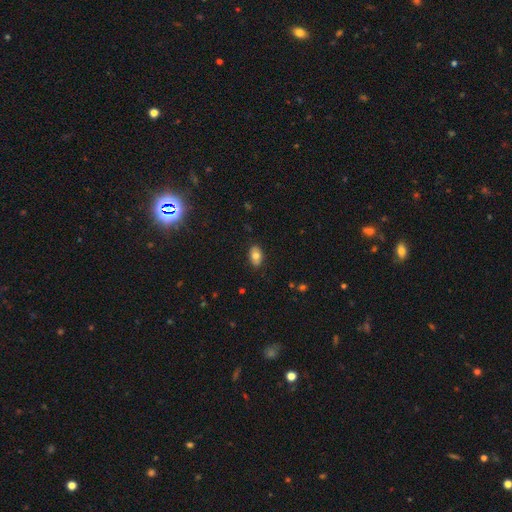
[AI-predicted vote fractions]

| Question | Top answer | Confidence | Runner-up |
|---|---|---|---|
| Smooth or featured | smooth | 77% | featured or disk (14%) |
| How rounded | in between | 89% | round (10%) |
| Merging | none | 87% | minor disturbance (10%) |